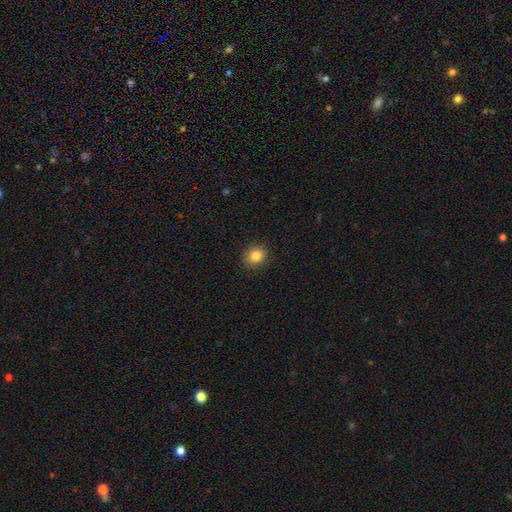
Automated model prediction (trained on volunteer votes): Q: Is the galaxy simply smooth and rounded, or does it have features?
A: smooth — 85%.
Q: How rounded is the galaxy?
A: round — 72%.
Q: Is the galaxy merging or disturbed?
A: none — 90%.